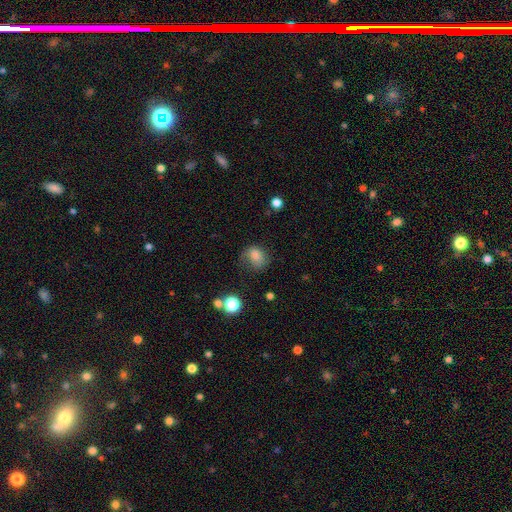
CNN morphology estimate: This is likely a smooth galaxy (77%). How rounded: possibly in between (50%). Merging: possibly none (51%).